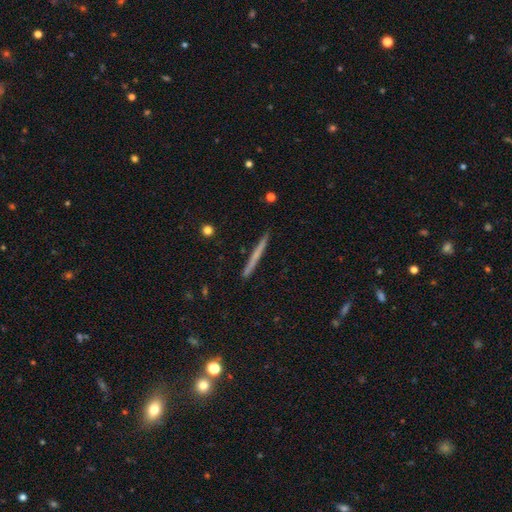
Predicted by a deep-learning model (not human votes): Smooth or featured? Predicted: smooth (p=0.47, tied with featured or disk). Merging? Predicted: none (p=0.92).